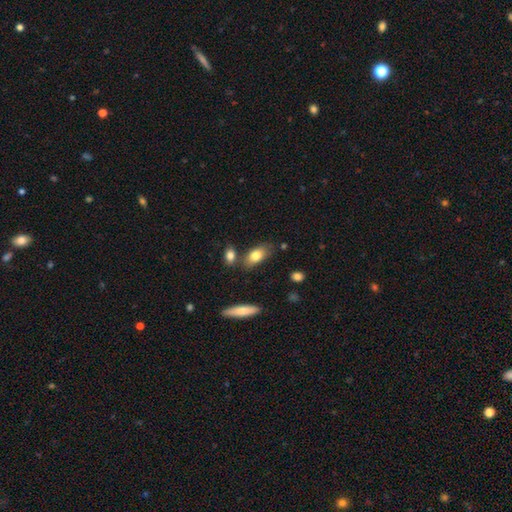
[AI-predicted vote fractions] Overall: smooth (79%). How rounded: in between (84%). Merging: none (68%).